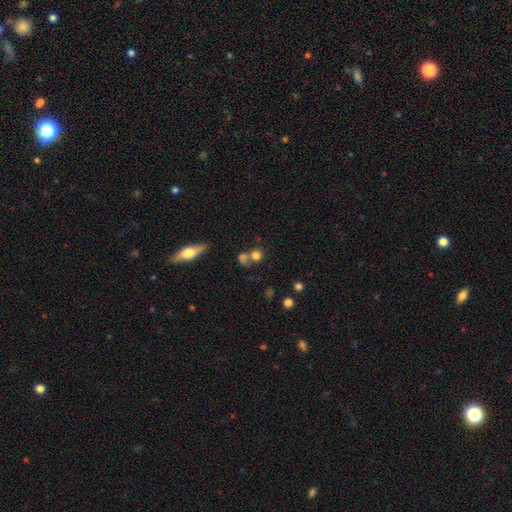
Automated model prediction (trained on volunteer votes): smooth-or-featured: smooth: 76% | star or artifact: 13% | featured or disk: 12%
  how-rounded: round: 82% | in between: 16% | cigar-shaped: 2%
  merging: none: 43% (tied) | merger: 43% (tied) | minor disturbance: 9% | major disturbance: 6%